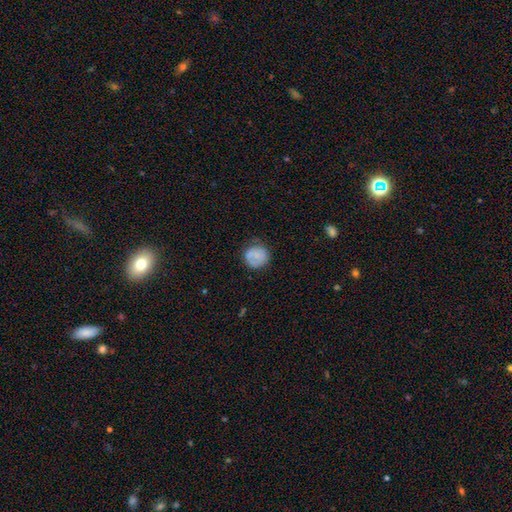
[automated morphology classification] type=smooth (78%); roundness=round (89%); merging=none (71%).